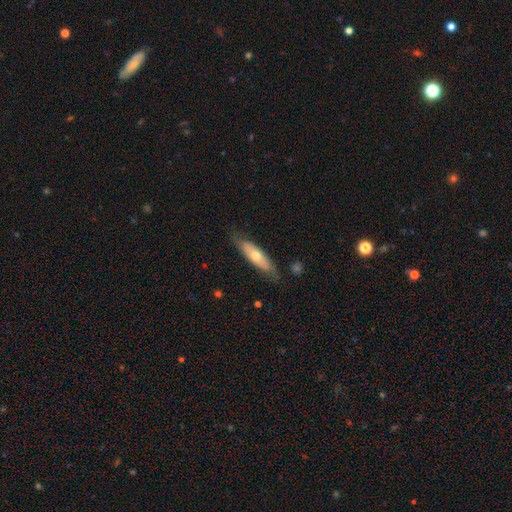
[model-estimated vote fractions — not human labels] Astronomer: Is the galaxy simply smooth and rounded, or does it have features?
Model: smooth — 53% (runner-up: featured or disk, 41%).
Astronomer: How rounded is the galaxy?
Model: cigar-shaped — 59% (runner-up: in between, 39%).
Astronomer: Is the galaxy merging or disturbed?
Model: none — 75%.